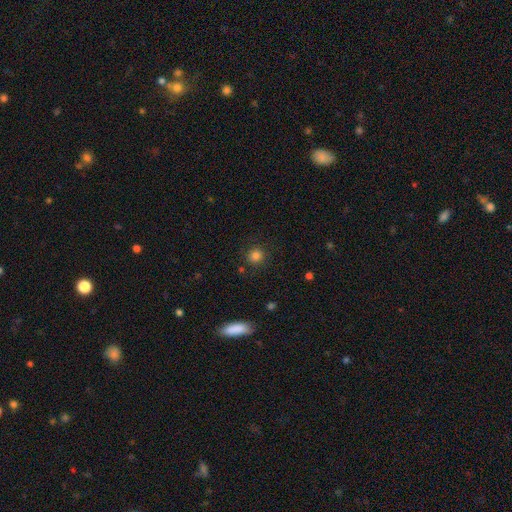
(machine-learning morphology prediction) Smooth or featured: smooth — 82% (star or artifact — 13%)
How rounded: round — 89% (in between — 10%)
Merging: none — 87% (minor disturbance — 8%)